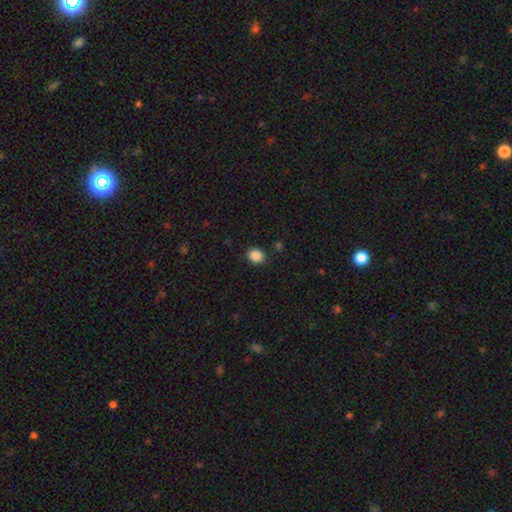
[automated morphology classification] A smooth galaxy with no disk features (87%) that is round (74%). Merging: none (89%).